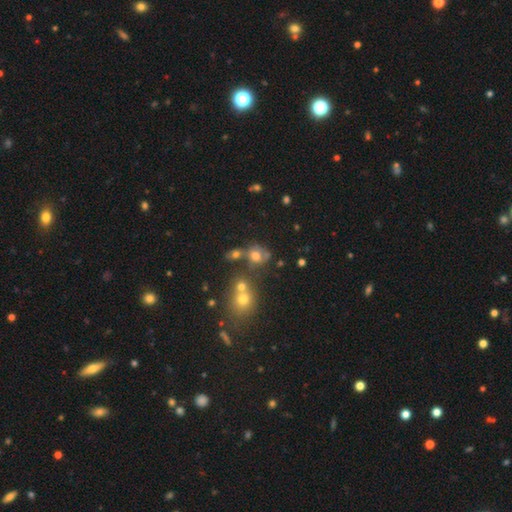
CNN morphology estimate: The model was most divided on "merging": none: 42%, merger: 30%, minor disturbance: 16%, major disturbance: 11%. More confident: how rounded — round (64%); smooth or featured — smooth (59%).